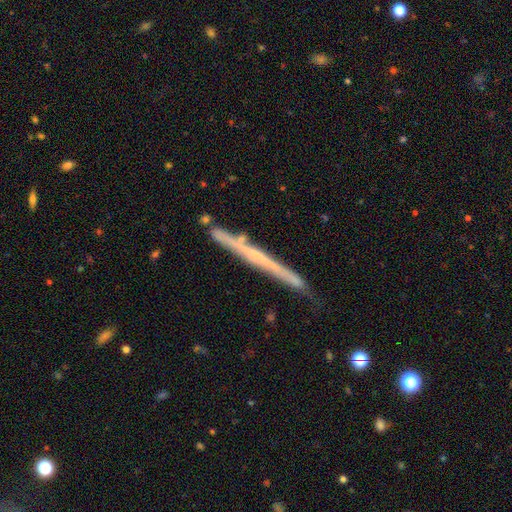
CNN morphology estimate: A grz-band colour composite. It shows a featured or disk galaxy (63%) viewed edge-on (95%) with no central bulge (83%). Merging: none (78%).